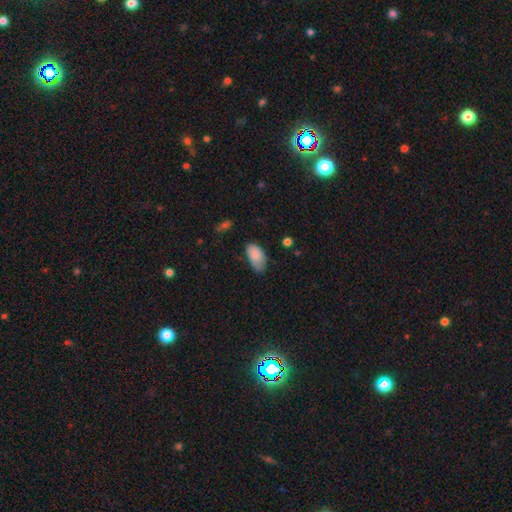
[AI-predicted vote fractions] smooth-or-featured: smooth: 86% | featured or disk: 7% | star or artifact: 7%
  how-rounded: in between: 94% | round: 4% | cigar-shaped: 2%
  merging: none: 55% | minor disturbance: 35% | major disturbance: 8% | merger: 2%